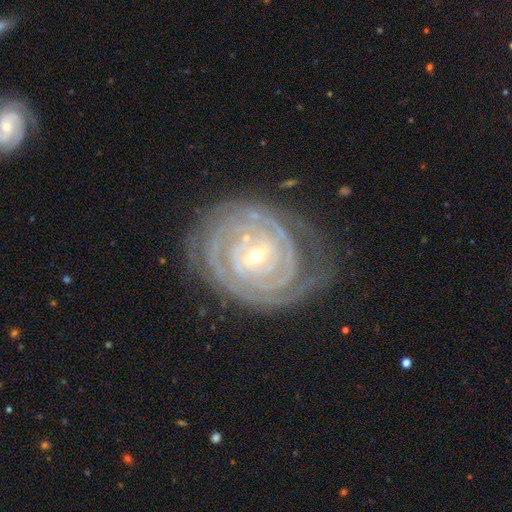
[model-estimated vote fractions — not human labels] Smooth or featured? featured or disk (90%)
Edge-on disk? no (97%)
Bar? weak (38%)
Spiral arms? yes (97%)
Spiral winding? tight (89%)
Spiral arm count? 2 (29%)
Bulge size? small (59%)
Merging? none (77%)